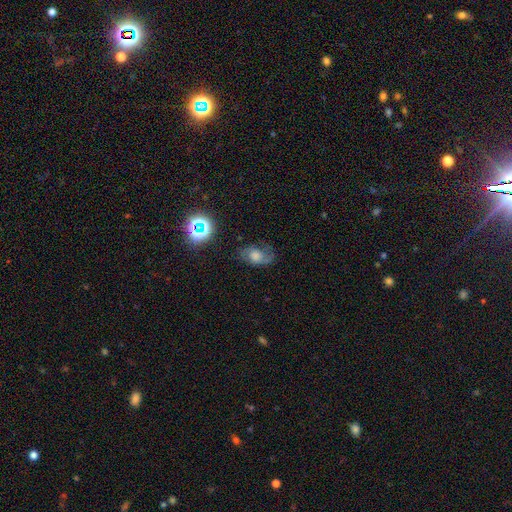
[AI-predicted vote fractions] Q: Smooth or featured?
A: featured or disk (51%); runner-up: smooth (34%)
Q: Edge-on disk?
A: no (94%); runner-up: yes (6%)
Q: Merging?
A: none (61%); runner-up: minor disturbance (23%)